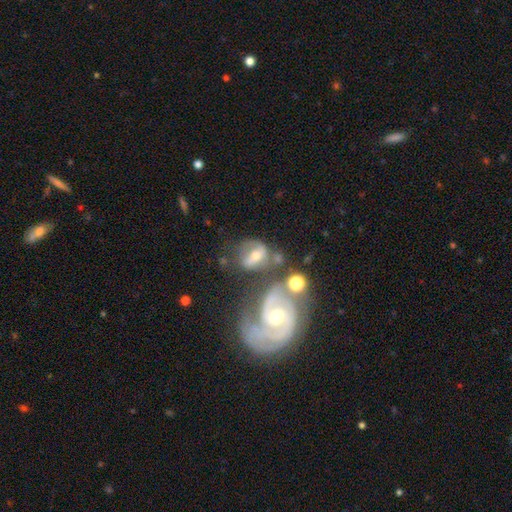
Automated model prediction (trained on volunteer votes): Smooth or featured: featured or disk — 64% (smooth — 27%)
Edge-on disk: no — 95% (yes — 5%)
Bar: weak — 39% (strong — 31%)
Spiral arms: yes — 80% (no — 20%)
Bulge size: moderate — 66% (small — 27%)
Merging: none — 38% (merger — 29%)